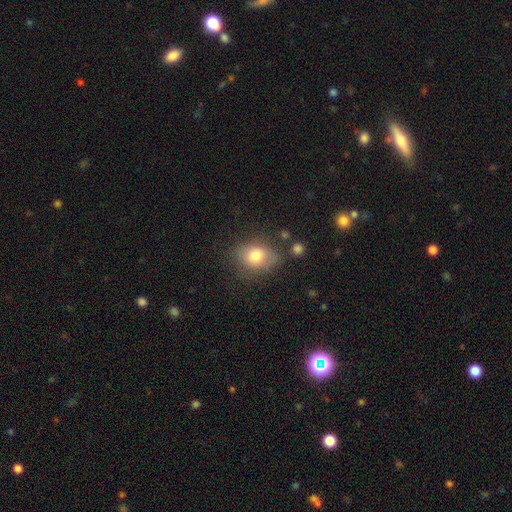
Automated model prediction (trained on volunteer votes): Smooth or featured?
  - smooth: 75% *
  - featured or disk: 16%
  - star or artifact: 9%
How rounded?
  - in between: 66% *
  - round: 33%
  - cigar-shaped: 1%
Merging?
  - none: 68% *
  - minor disturbance: 20%
  - major disturbance: 7%
  - merger: 5%